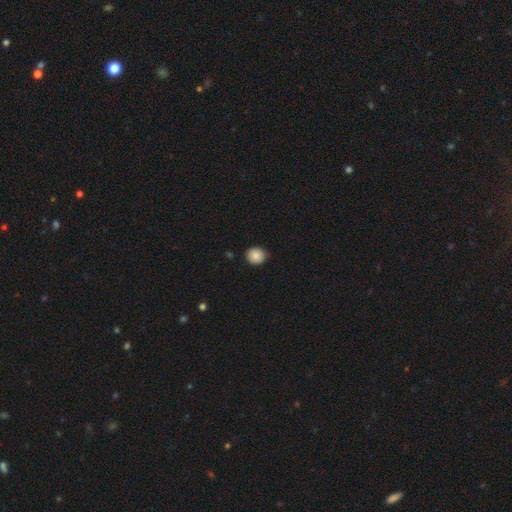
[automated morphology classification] Smooth or featured? smooth (86%)
How rounded? round (89%)
Merging? none (85%)